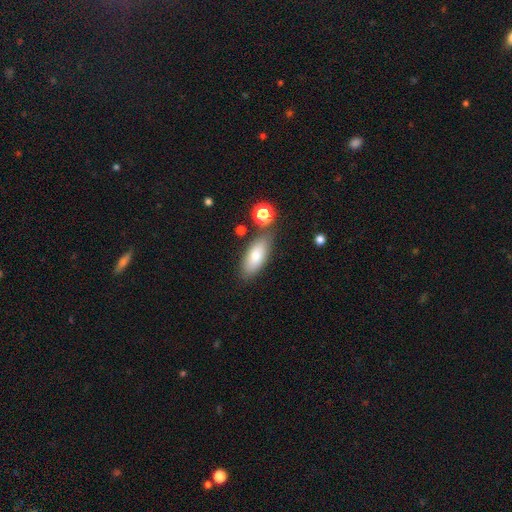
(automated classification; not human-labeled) This is likely a smooth galaxy (78%). How rounded: clearly in between (81%). Merging: likely none (74%).